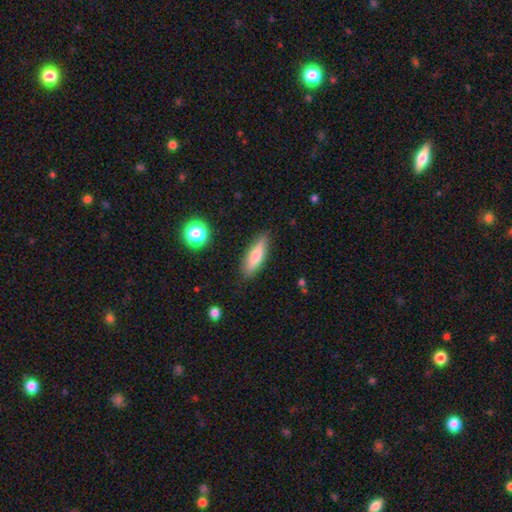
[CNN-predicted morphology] The model was most divided on "how rounded": cigar-shaped: 62%, in between: 36%, round: 2%. More confident: merging — none (86%); smooth or featured — smooth (69%).